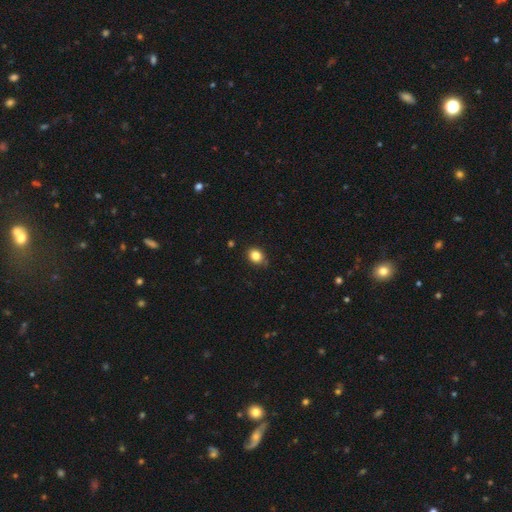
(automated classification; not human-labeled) This is clearly a smooth galaxy (84%). How rounded: possibly round (55%). Merging: clearly none (82%).